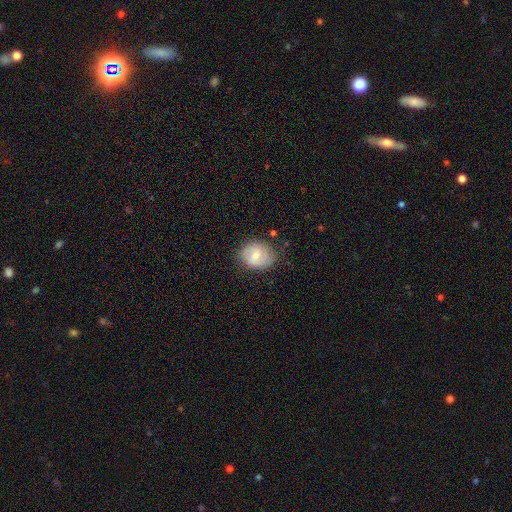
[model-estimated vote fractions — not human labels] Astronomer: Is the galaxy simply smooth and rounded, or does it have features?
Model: smooth — 56% (runner-up: featured or disk, 37%).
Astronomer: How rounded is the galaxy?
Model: round — 53% (runner-up: in between, 46%).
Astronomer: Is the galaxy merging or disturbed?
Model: none — 72%.